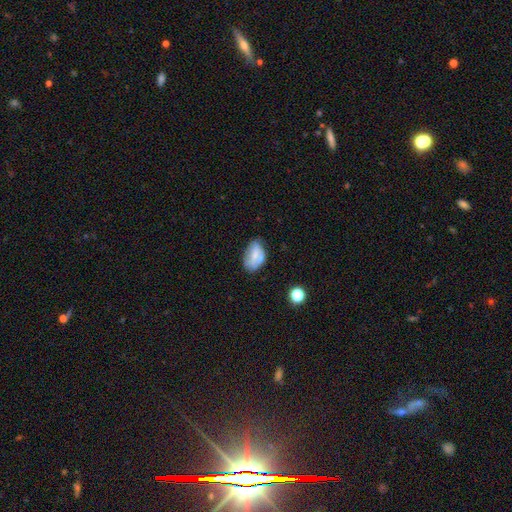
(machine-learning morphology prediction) Overall: smooth (56%; featured or disk 35%). How rounded: in between (90%). Merging: none (55%; minor disturbance 31%).